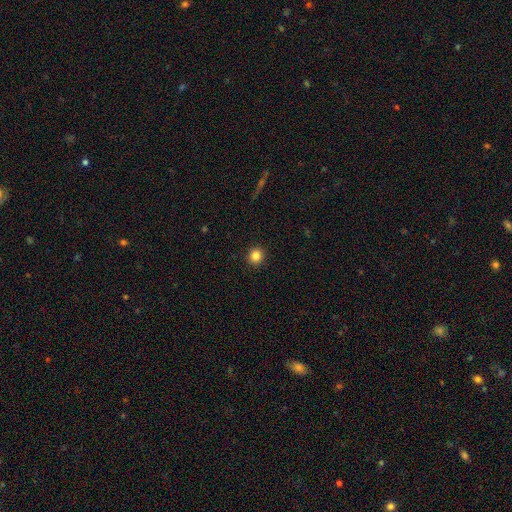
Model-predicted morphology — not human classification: Q: Smooth or featured?
A: smooth (84%); runner-up: star or artifact (11%)
Q: How rounded?
A: round (93%); runner-up: in between (6%)
Q: Merging?
A: none (93%); runner-up: minor disturbance (5%)